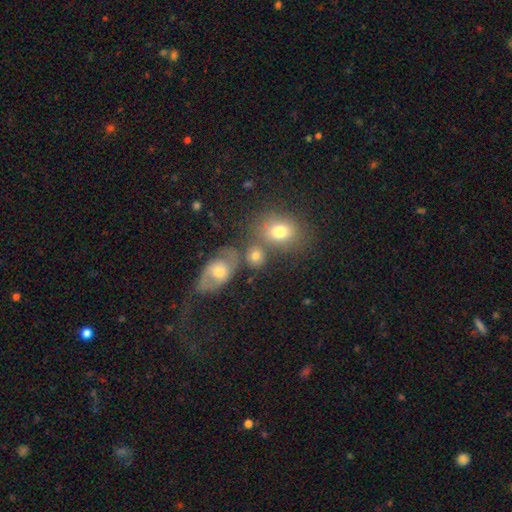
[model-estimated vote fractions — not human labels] Q: Smooth or featured?
A: smooth (69%); runner-up: featured or disk (17%)
Q: How rounded?
A: round (61%); runner-up: in between (37%)
Q: Merging?
A: none (54%); runner-up: merger (27%)